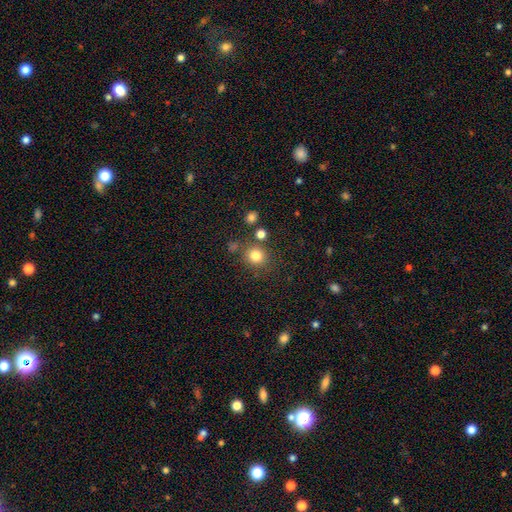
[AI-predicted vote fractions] This is clearly a smooth galaxy (81%). How rounded: clearly round (87%). Merging: likely none (79%).